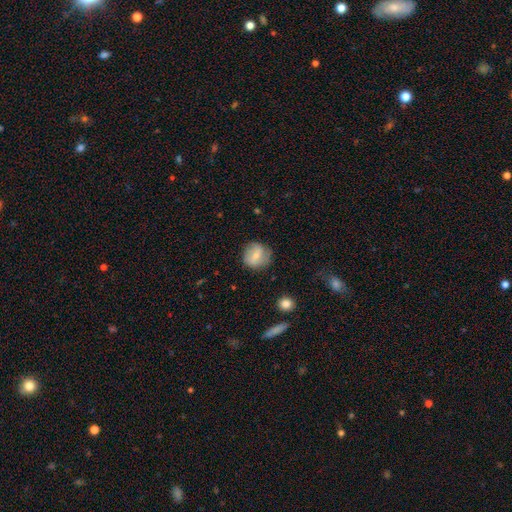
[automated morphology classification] Smooth or featured? smooth (62%)
How rounded? round (85%)
Merging? none (73%)